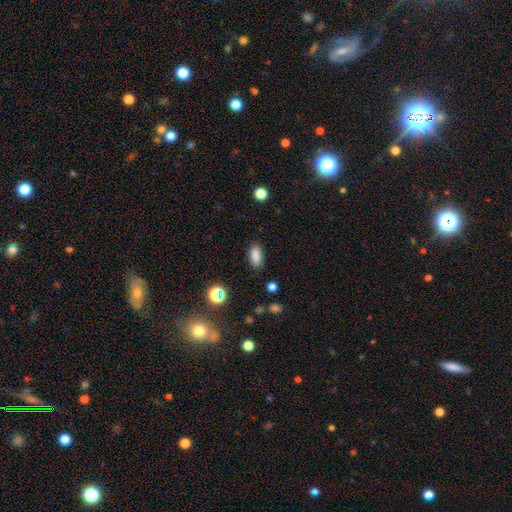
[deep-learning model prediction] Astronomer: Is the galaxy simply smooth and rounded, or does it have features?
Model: smooth — 85%.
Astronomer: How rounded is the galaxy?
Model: in between — 83%.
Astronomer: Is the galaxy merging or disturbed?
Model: none — 86%.